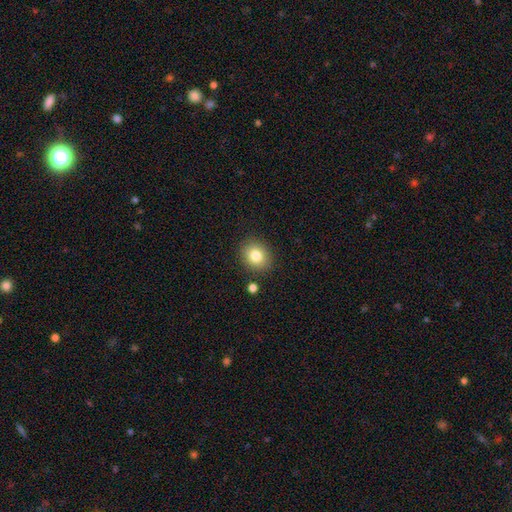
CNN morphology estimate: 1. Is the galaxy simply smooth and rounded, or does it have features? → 82% smooth, 10% star or artifact, 8% featured or disk.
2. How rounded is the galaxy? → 62% round, 37% in between, 1% cigar-shaped.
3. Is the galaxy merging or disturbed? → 86% none, 8% minor disturbance, 3% merger, 2% major disturbance.